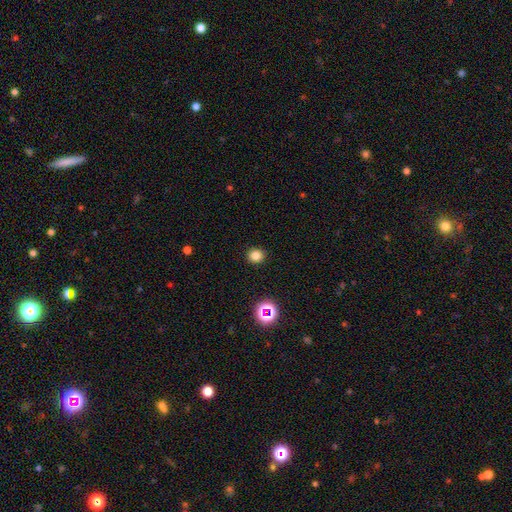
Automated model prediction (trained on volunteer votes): smooth 80%, star or artifact 16%, featured or disk 5%. Down the decision tree: how rounded — round (85%); merging — none (91%).